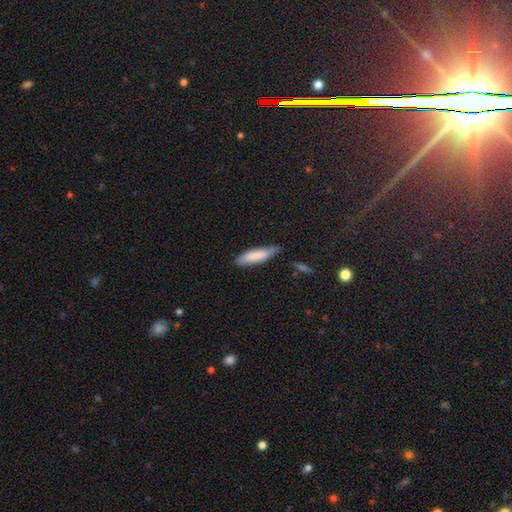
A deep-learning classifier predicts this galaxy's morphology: Smooth or featured: smooth — 81% (featured or disk — 13%)
How rounded: cigar-shaped — 71% (in between — 28%)
Merging: none — 69% (minor disturbance — 24%)